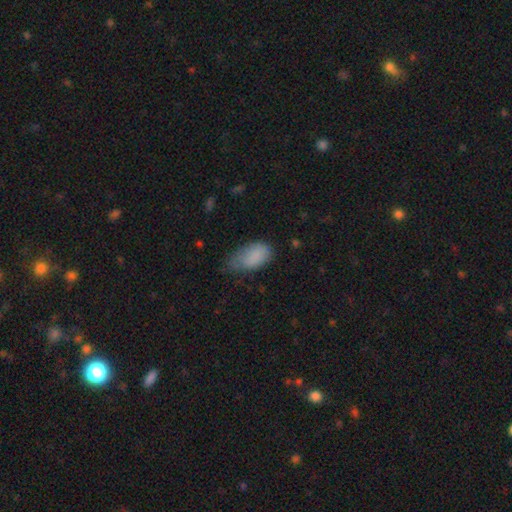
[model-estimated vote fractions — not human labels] smooth_or_featured: smooth (p=0.84) [alt: featured or disk p=0.09]
how_rounded: in between (p=0.94) [alt: round p=0.04]
merging: minor disturbance (p=0.45) [alt: none p=0.34]